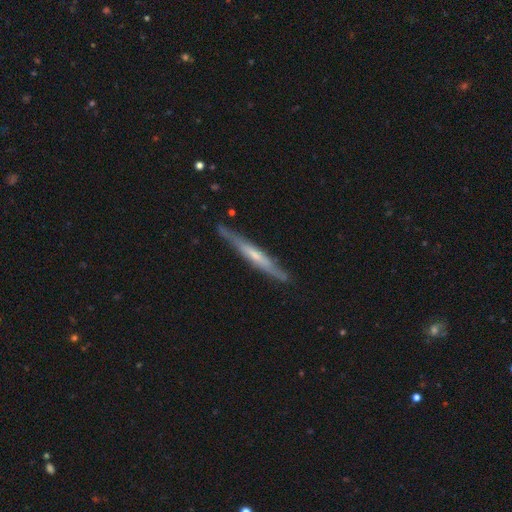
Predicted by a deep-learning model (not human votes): This is likely a featured or disk galaxy (66%). It is clearly viewed edge-on (92%). Edge-on bulge: possibly rounded (47%). Merging: clearly none (83%).